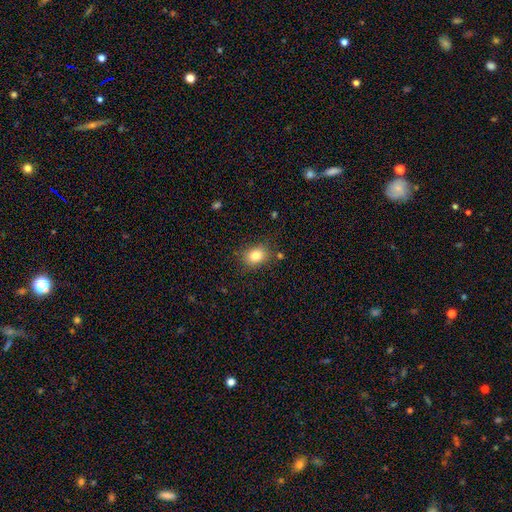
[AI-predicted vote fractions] Q: Smooth or featured?
A: smooth (82%); runner-up: star or artifact (11%)
Q: How rounded?
A: in between (52%); runner-up: round (47%)
Q: Merging?
A: none (82%); runner-up: minor disturbance (12%)